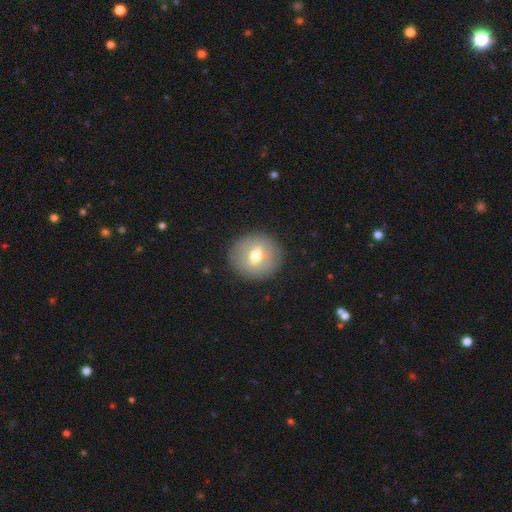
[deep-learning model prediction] Smooth or featured: smooth — 52% (featured or disk — 39%)
How rounded: round — 86% (in between — 13%)
Merging: none — 86% (minor disturbance — 9%)